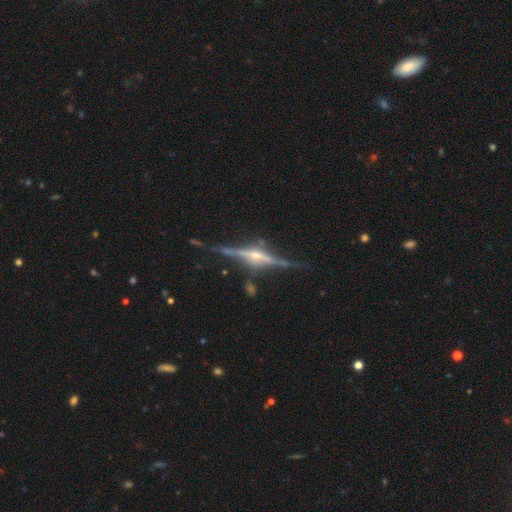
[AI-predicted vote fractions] smooth-or-featured: featured or disk: 89% | star or artifact: 6% | smooth: 5%
  disk-edge-on: yes: 97% | no: 3%
    edge-on-bulge: rounded: 86% | boxy: 9% | none: 4%
  merging: none: 82% | minor disturbance: 12% | major disturbance: 3% | merger: 2%